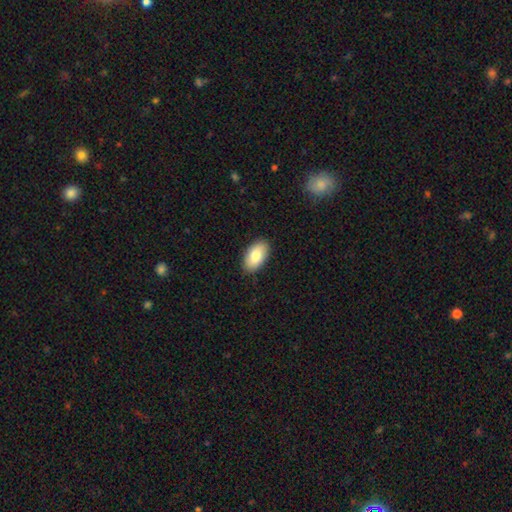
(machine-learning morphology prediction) Smooth or featured? smooth (81%)
How rounded? in between (95%)
Merging? none (89%)